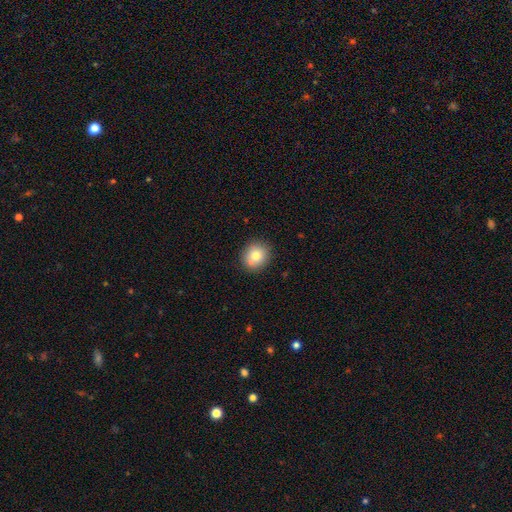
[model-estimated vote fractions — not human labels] Smooth or featured?
  - smooth: 80% *
  - featured or disk: 10%
  - star or artifact: 10%
How rounded?
  - round: 83% *
  - in between: 16%
  - cigar-shaped: 1%
Merging?
  - none: 86% *
  - minor disturbance: 9%
  - merger: 2%
  - major disturbance: 2%